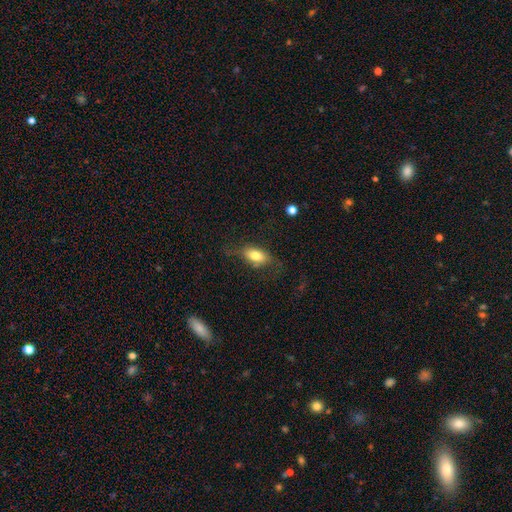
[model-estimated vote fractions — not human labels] Smooth or featured? Predicted: smooth (p=0.72). How rounded? Predicted: in between (p=0.85). Merging? Predicted: none (p=0.56).